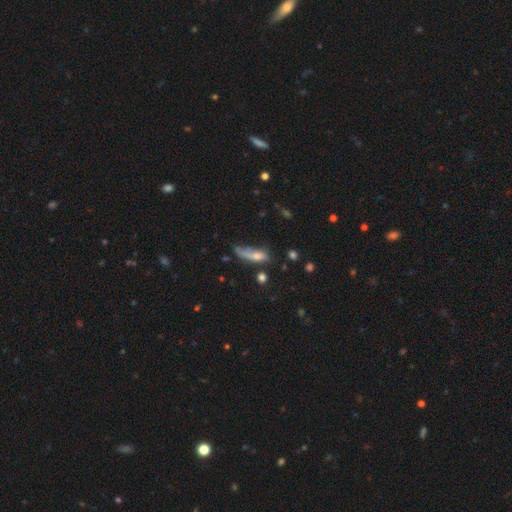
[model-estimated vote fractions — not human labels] This is likely a smooth galaxy (62%). How rounded: possibly cigar-shaped (52%). Merging: marginally none (30%).